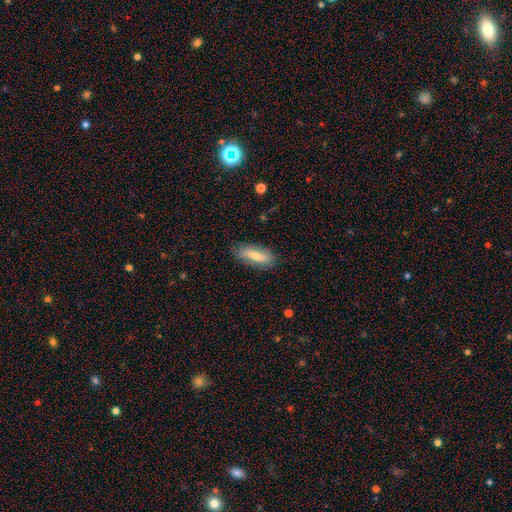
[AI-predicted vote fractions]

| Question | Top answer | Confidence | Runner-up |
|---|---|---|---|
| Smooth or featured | smooth | 60% | featured or disk (33%) |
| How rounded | in between | 65% | cigar-shaped (32%) |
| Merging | none | 82% | minor disturbance (14%) |